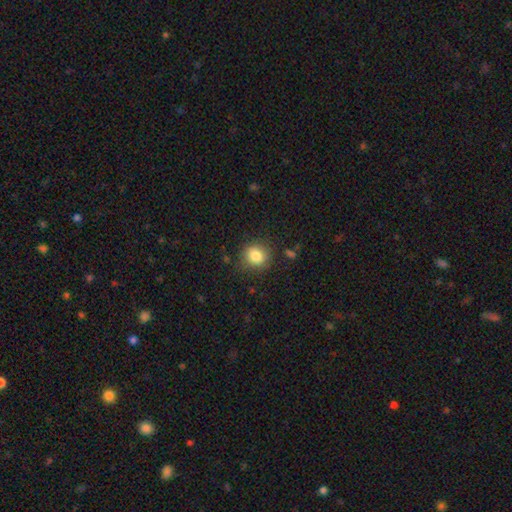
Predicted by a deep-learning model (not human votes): smooth 84%, star or artifact 10%, featured or disk 6%. Down the decision tree: how rounded — round (78%); merging — none (83%).